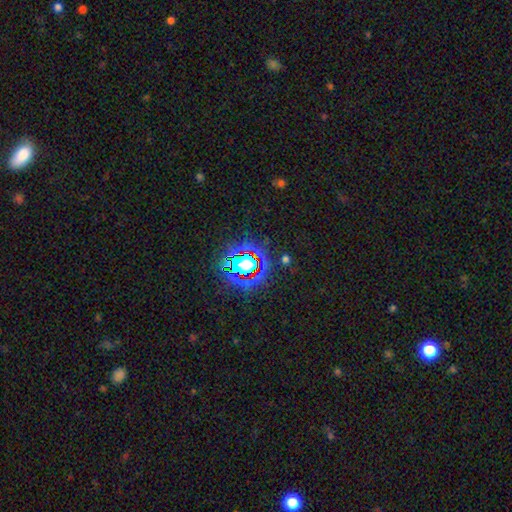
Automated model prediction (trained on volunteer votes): Morphology: type=star or artifact (82%).